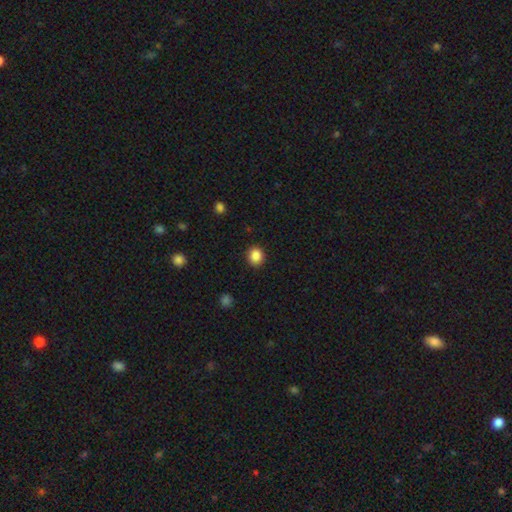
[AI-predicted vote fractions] smooth 87%, star or artifact 10%, featured or disk 3%. Down the decision tree: how rounded — round (79%); merging — none (91%).